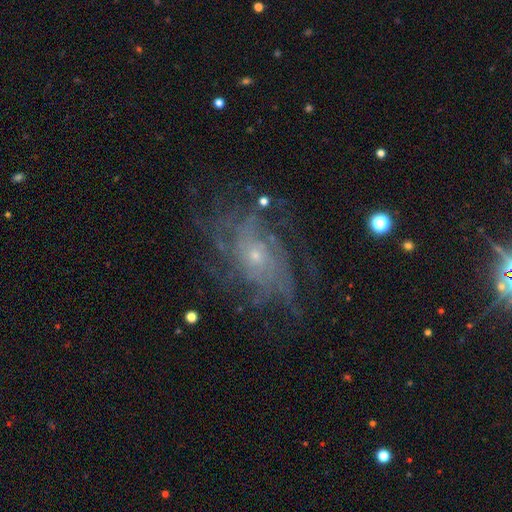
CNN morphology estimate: featured or disk 82%, star or artifact 9%, smooth 8%. Down the decision tree: edge-on disk — no (96%); bar — no (81%); spiral arms — yes (91%); spiral arm count — can't tell (37%); spiral winding — tight (53%); bulge size — small (79%); merging — none (68%).